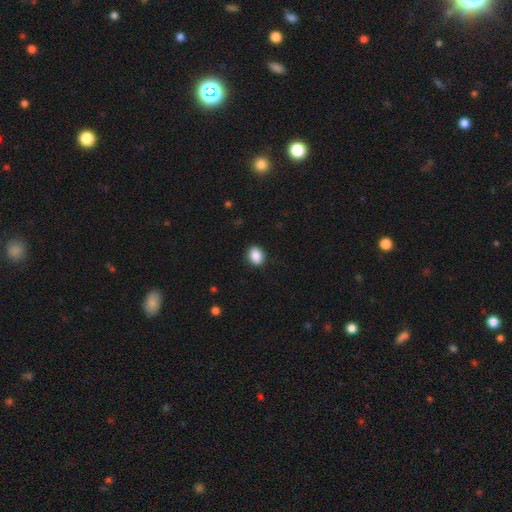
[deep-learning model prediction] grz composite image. It shows a smooth galaxy with no disk features (89%) that is in between round and cigar-shaped (61%). Merging: none (89%).